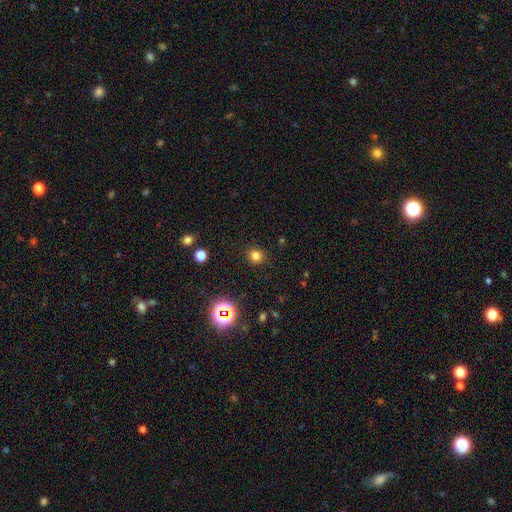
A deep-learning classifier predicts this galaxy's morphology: Smooth or featured? Predicted: smooth (p=0.78). How rounded? Predicted: round (p=0.87). Merging? Predicted: none (p=0.90).